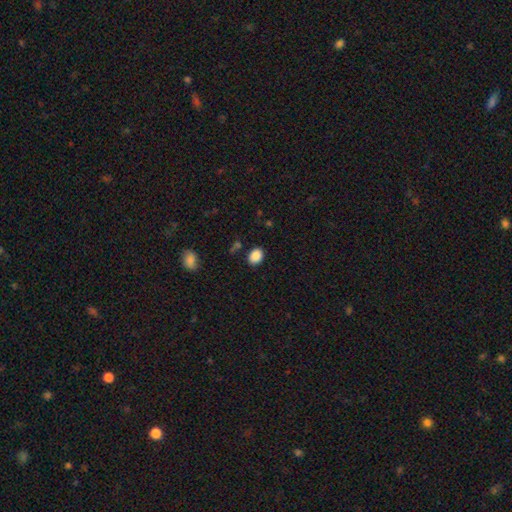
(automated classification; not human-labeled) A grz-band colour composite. It shows a smooth galaxy with no disk features (88%) that is in between round and cigar-shaped (64%). Merging: none (85%).